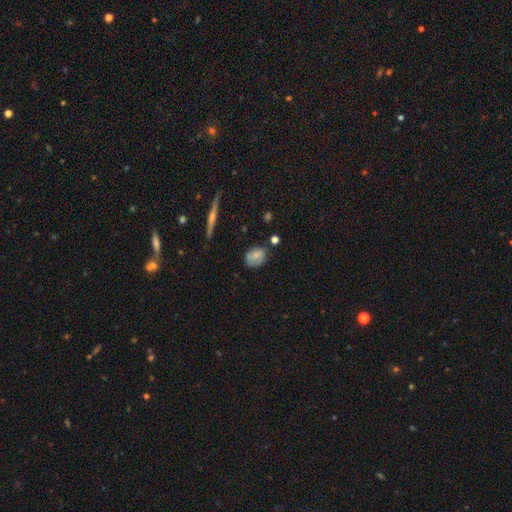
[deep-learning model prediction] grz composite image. It shows a smooth galaxy with no disk features (70%) that is in between round and cigar-shaped (70%). Merging: none (65%).